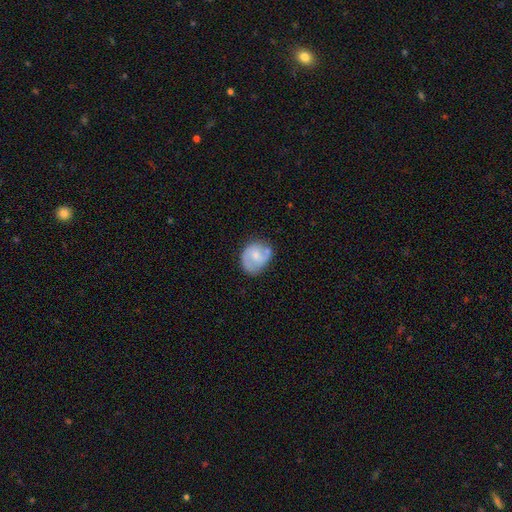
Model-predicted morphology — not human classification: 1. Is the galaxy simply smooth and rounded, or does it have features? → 50% featured or disk, 43% smooth, 7% star or artifact.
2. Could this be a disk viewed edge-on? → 97% no, 3% yes.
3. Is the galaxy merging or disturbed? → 55% none, 28% minor disturbance, 10% major disturbance, 8% merger.